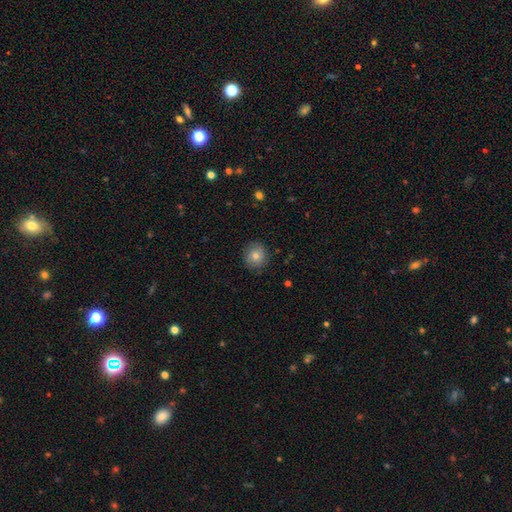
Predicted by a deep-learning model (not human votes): This appears to be a smooth galaxy with no disk features (76%) that is round (89%). Merging: none (86%).